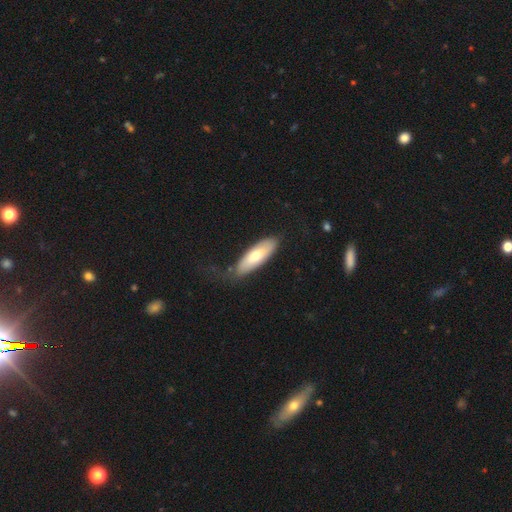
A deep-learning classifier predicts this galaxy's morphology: Smooth or featured: smooth — 64% (featured or disk — 30%)
How rounded: in between — 64% (cigar-shaped — 34%)
Merging: none — 65% (minor disturbance — 24%)